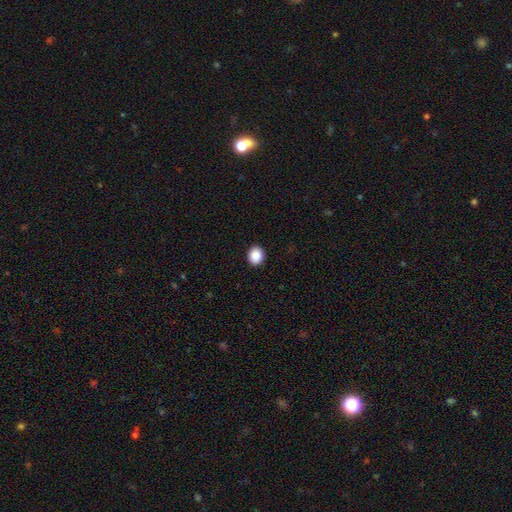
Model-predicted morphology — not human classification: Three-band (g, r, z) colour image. It shows a smooth galaxy with no disk features (89%) that is round (71%). Merging: none (92%).